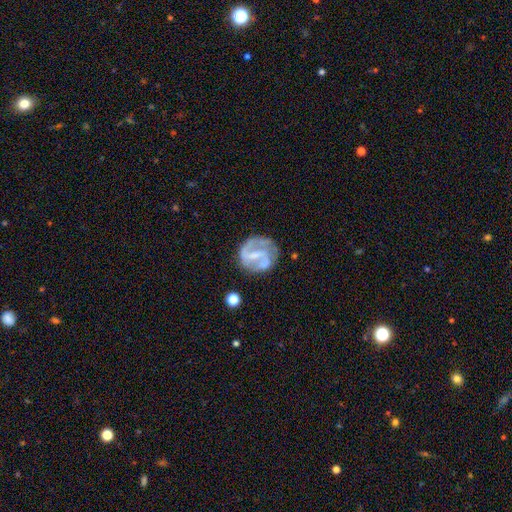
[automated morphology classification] Smooth or featured?
  - featured or disk: 79% *
  - smooth: 15%
  - star or artifact: 6%
Edge-on disk?
  - no: 98% *
  - yes: 2%
Bar?
  - weak: 41% * (tied)
  - strong: 41% * (tied)
  - no: 17%
Spiral arms?
  - yes: 86% *
  - no: 14%
Spiral winding?
  - medium: 45% *
  - tight: 30%
  - loose: 25%
Spiral arm count?
  - 2: 75% *
  - can't tell: 11%
  - 1: 7%
  - 3: 4%
  - 4: 1%
  - more than 4: 1%
Bulge size?
  - small: 49% *
  - none: 28%
  - moderate: 20%
  - large: 2%
  - dominant: 1%
Merging?
  - none: 65% *
  - minor disturbance: 19%
  - major disturbance: 13%
  - merger: 3%